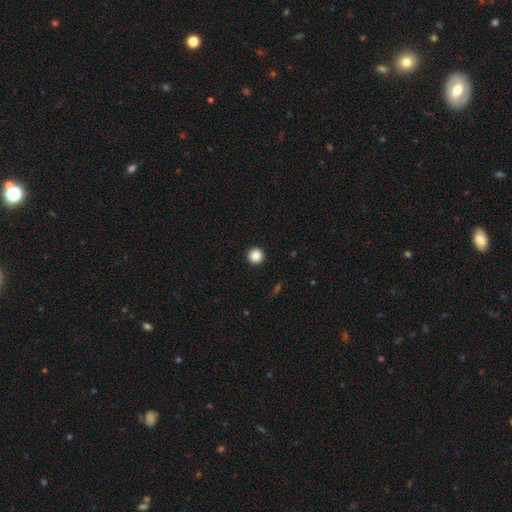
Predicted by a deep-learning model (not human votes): This appears to be a smooth galaxy with no disk features (87%) that is round (96%). Merging: none (94%).